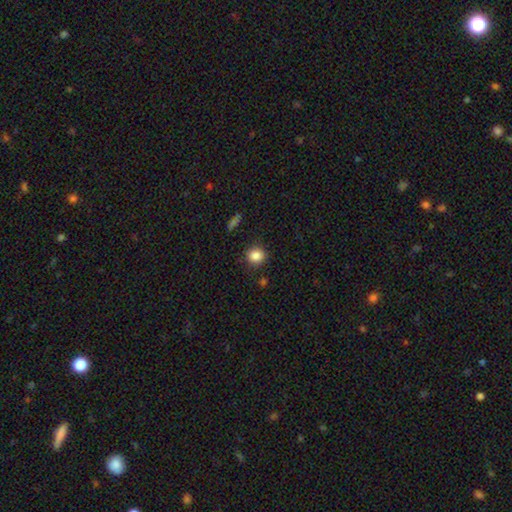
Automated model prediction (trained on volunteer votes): Smooth or featured? smooth (86%)
How rounded? round (82%)
Merging? none (87%)